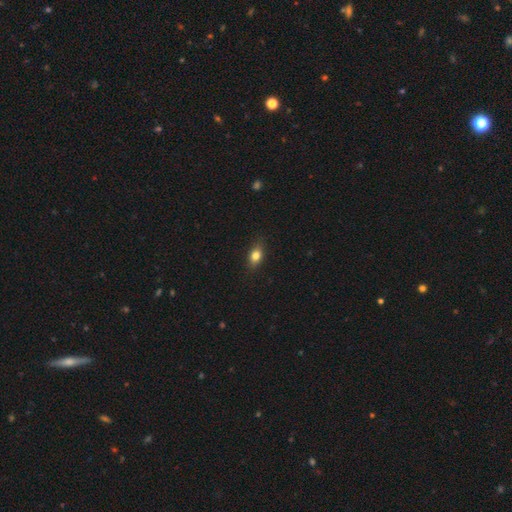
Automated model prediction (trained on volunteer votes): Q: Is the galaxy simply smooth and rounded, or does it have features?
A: smooth — 80%.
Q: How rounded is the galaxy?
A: in between — 77%.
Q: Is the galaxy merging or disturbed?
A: none — 84%.